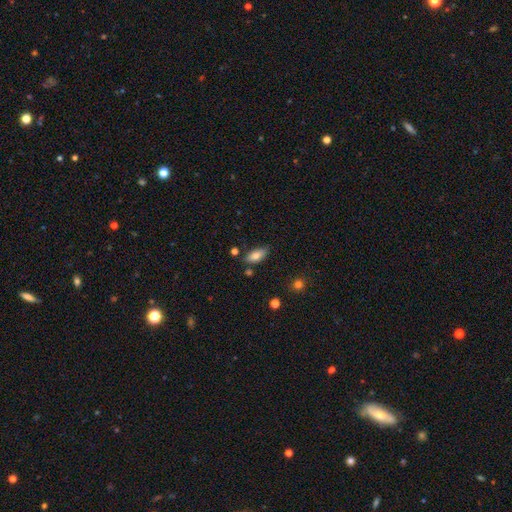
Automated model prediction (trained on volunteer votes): smooth-or-featured: smooth: 80% | featured or disk: 13% | star or artifact: 8%
  how-rounded: in between: 85% | cigar-shaped: 13% | round: 3%
  merging: none: 76% | minor disturbance: 16% | merger: 5% | major disturbance: 3%